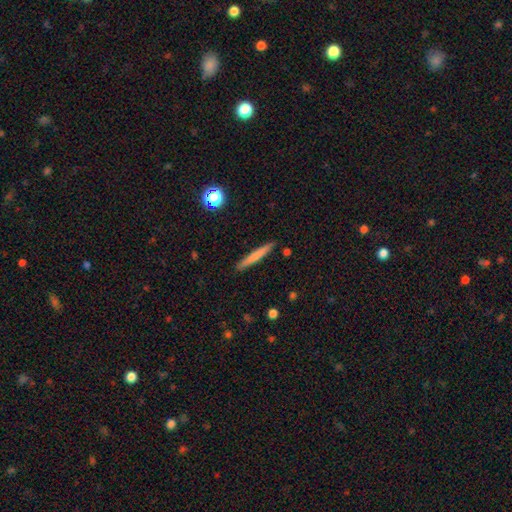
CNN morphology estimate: A smooth galaxy with no disk features (68%) that is cigar-shaped (96%).

Vote fractions:
- Smooth or featured? smooth: 68% / featured or disk: 26% / star or artifact: 6%
- How rounded? cigar-shaped: 96% / in between: 3% / round: 1%
- Merging? none: 90% / minor disturbance: 7% / major disturbance: 1% / merger: 1%